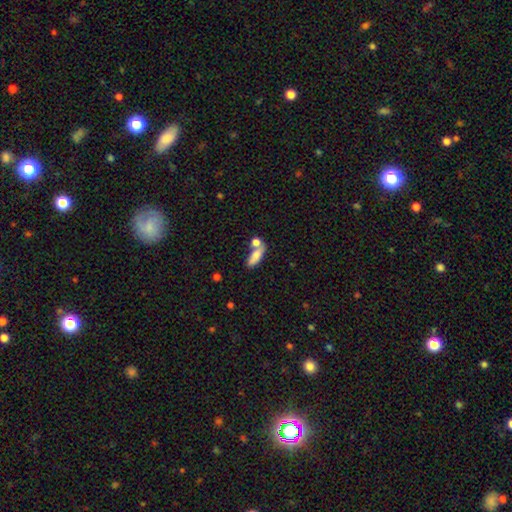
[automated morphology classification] This is likely a smooth galaxy (77%). How rounded: possibly in between (56%). Merging: marginally none (41%).